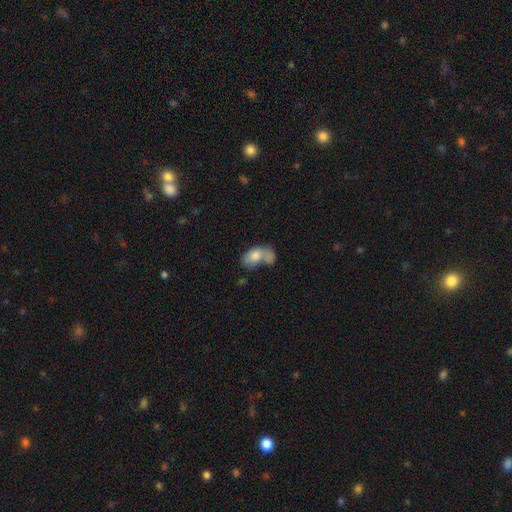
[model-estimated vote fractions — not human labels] smooth 75%, featured or disk 18%, star or artifact 7%. Down the decision tree: how rounded — in between (89%); merging — merger (51%).